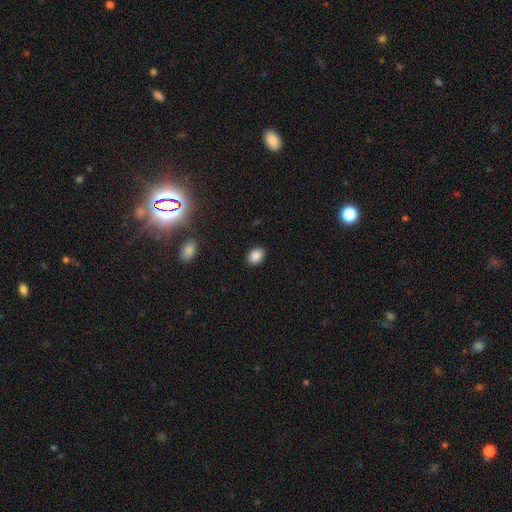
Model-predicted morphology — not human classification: The model was most divided on "how rounded": in between: 68%, round: 31%, cigar-shaped: 1%. More confident: merging — none (89%); smooth or featured — smooth (88%).